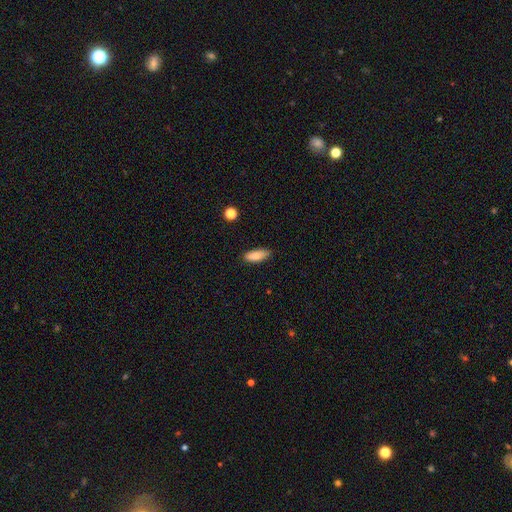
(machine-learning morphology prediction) Q: Smooth or featured?
A: smooth (85%); runner-up: featured or disk (8%)
Q: How rounded?
A: in between (73%); runner-up: cigar-shaped (25%)
Q: Merging?
A: none (83%); runner-up: minor disturbance (13%)